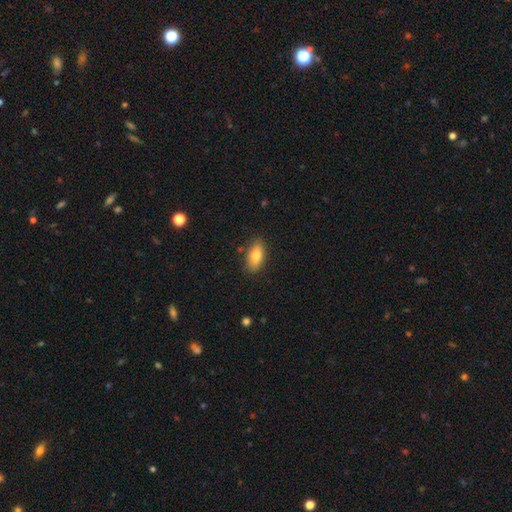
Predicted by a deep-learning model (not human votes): smooth 80%, featured or disk 13%, star or artifact 7%. Down the decision tree: how rounded — in between (87%); merging — none (84%).